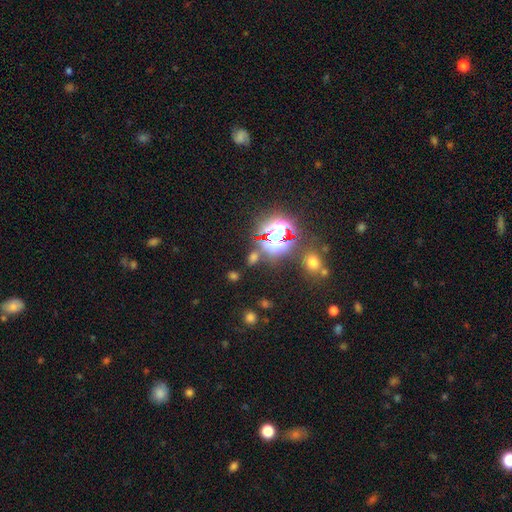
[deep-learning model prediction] Smooth or featured? Predicted: star or artifact (p=0.67).